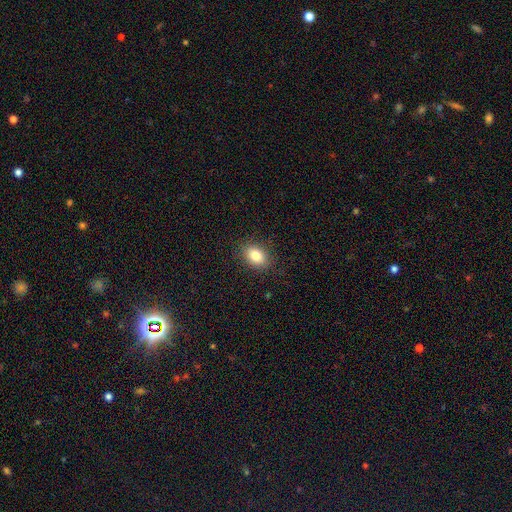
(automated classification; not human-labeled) Morphology: type=smooth (83%); roundness=in between (77%); merging=none (87%).